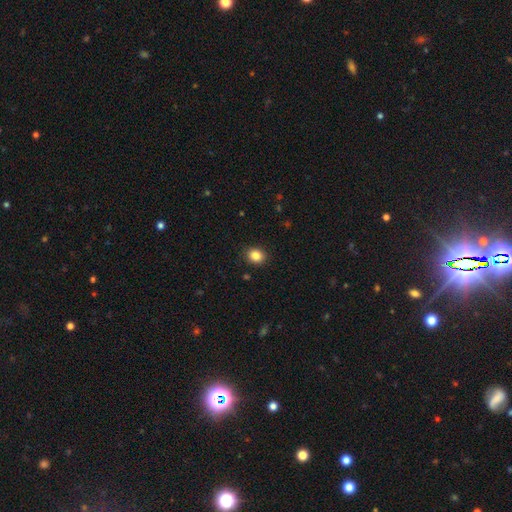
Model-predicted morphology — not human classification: Smooth or featured?
  - smooth: 85% *
  - star or artifact: 10%
  - featured or disk: 5%
How rounded?
  - round: 65% *
  - in between: 34%
  - cigar-shaped: 1%
Merging?
  - none: 90% *
  - minor disturbance: 7%
  - major disturbance: 2%
  - merger: 1%